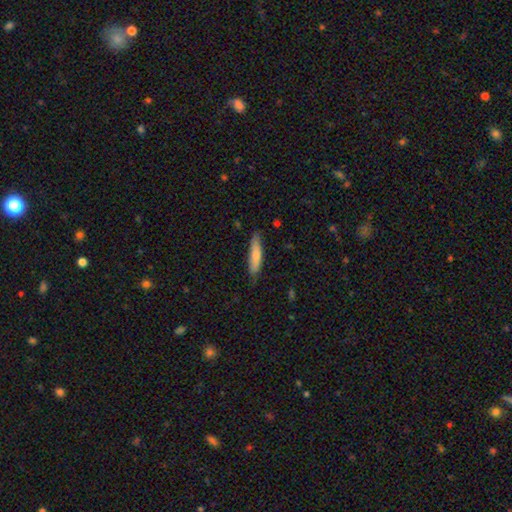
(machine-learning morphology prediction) The model was most divided on "how rounded": cigar-shaped: 74%, in between: 24%, round: 1%. More confident: smooth or featured — smooth (75%); merging — none (73%).